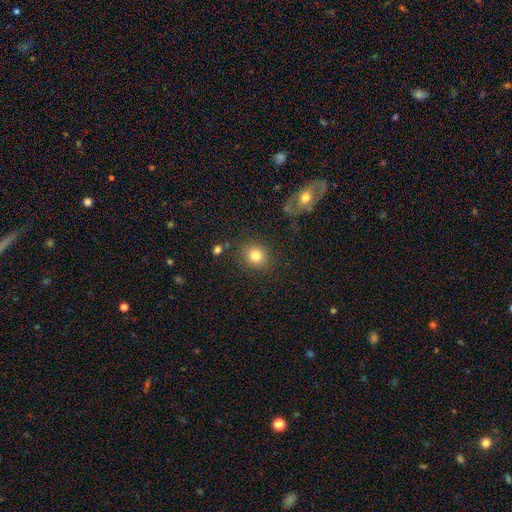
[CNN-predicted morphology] The model was most divided on "how rounded": round: 75%, in between: 24%, cigar-shaped: 1%. More confident: merging — none (84%); smooth or featured — smooth (83%).